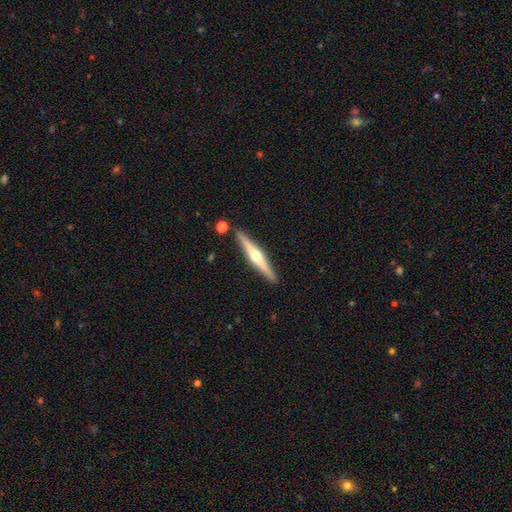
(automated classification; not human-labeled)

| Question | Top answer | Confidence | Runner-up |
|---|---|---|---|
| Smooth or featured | featured or disk | 74% | smooth (21%) |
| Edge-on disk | yes | 98% | no (2%) |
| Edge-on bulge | rounded | 92% | boxy (5%) |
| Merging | none | 89% | minor disturbance (7%) |